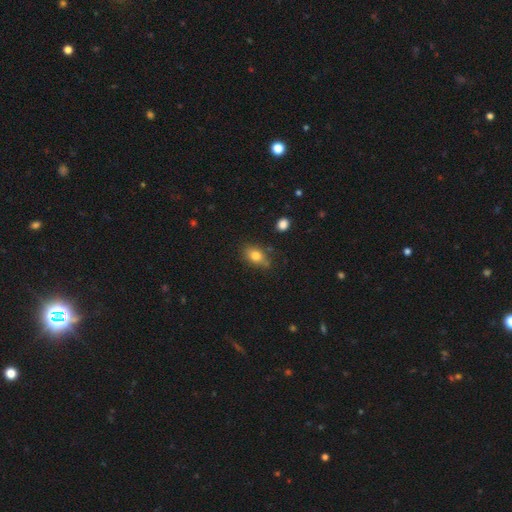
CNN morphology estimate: Overall: smooth (80%). How rounded: in between (81%). Merging: none (73%).